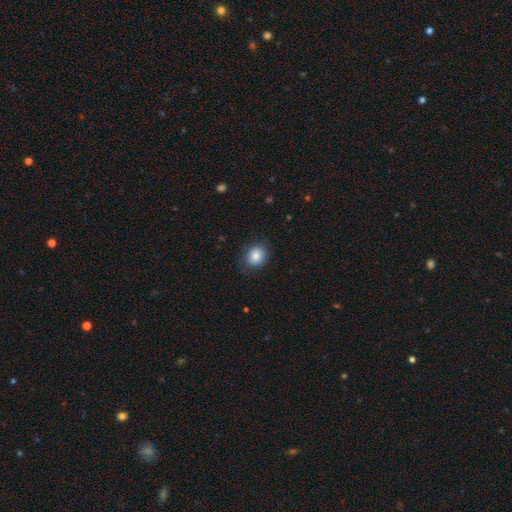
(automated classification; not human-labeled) The model was most divided on "how rounded": round: 71%, in between: 28%, cigar-shaped: 1%. More confident: smooth or featured — smooth (83%); merging — none (81%).